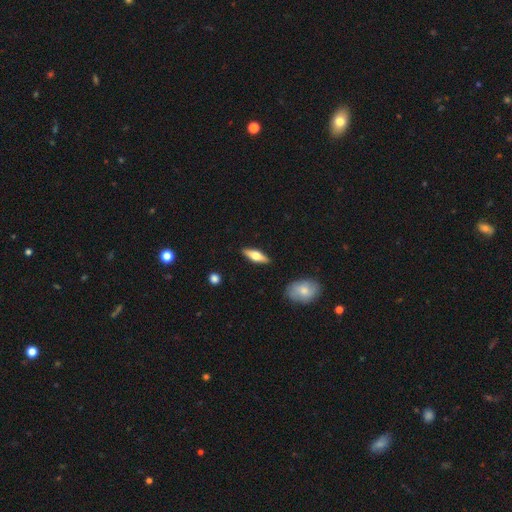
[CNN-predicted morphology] Smooth or featured: smooth — 49% (featured or disk — 45%)
Merging: none — 89% (minor disturbance — 8%)